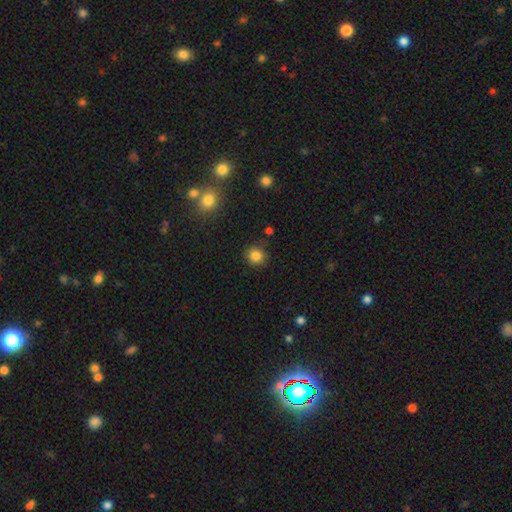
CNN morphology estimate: This is clearly a smooth galaxy (84%). How rounded: clearly round (88%). Merging: clearly none (85%).